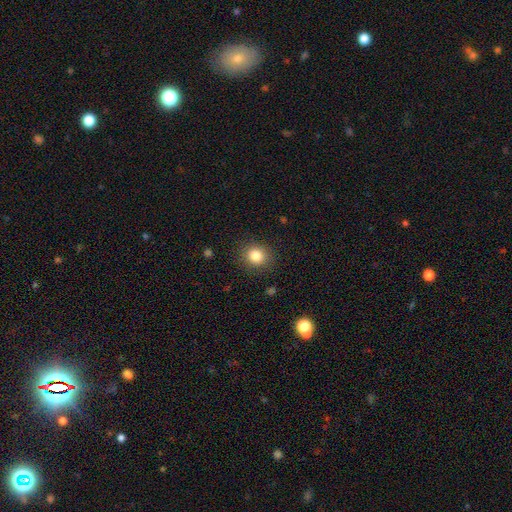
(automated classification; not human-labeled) This appears to be a smooth galaxy with no disk features (83%) that is round (81%). Merging: none (89%).